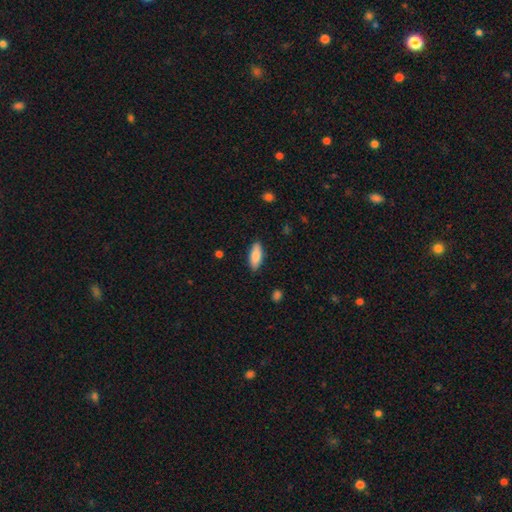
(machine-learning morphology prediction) Smooth or featured? Predicted: smooth (p=0.85). How rounded? Predicted: in between (p=0.76). Merging? Predicted: none (p=0.87).